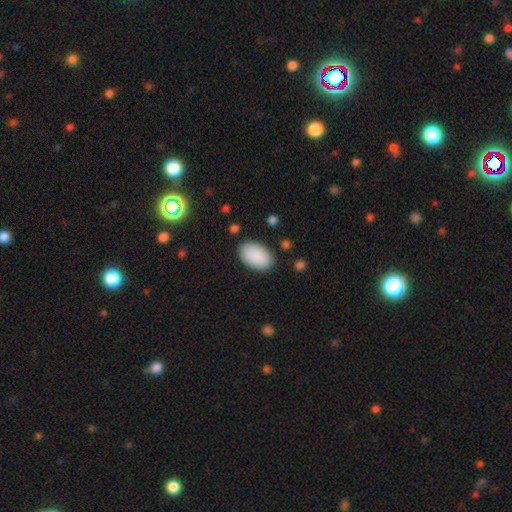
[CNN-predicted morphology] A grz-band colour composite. It shows a smooth galaxy with no disk features (90%) that is in between round and cigar-shaped (95%). Merging: none (86%).